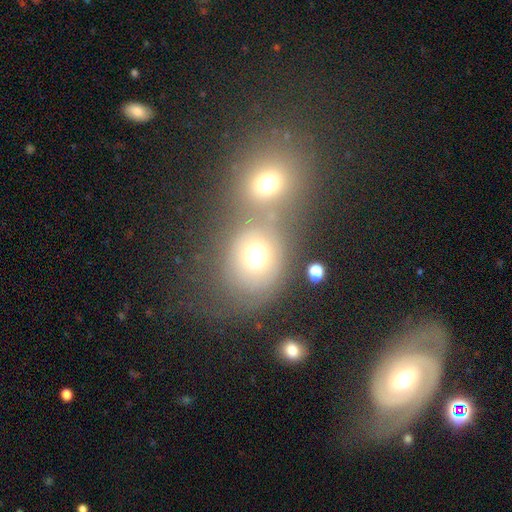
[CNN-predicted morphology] This appears to be a smooth galaxy with no disk features (68%) that is round (65%). Merging: merger (50%).